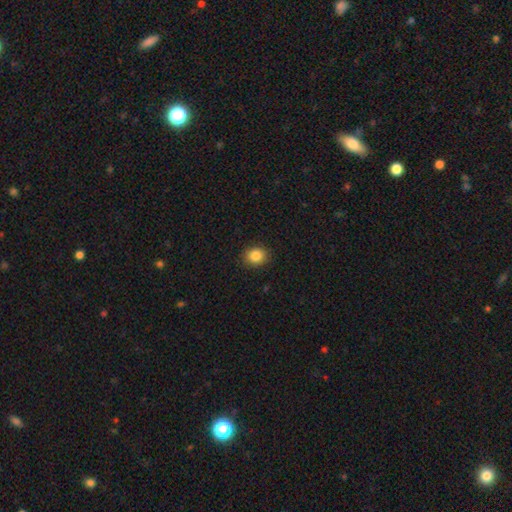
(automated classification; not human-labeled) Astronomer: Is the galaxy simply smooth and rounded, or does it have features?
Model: smooth — 86%.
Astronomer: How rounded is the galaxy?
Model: round — 64%.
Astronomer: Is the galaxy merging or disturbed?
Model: none — 89%.